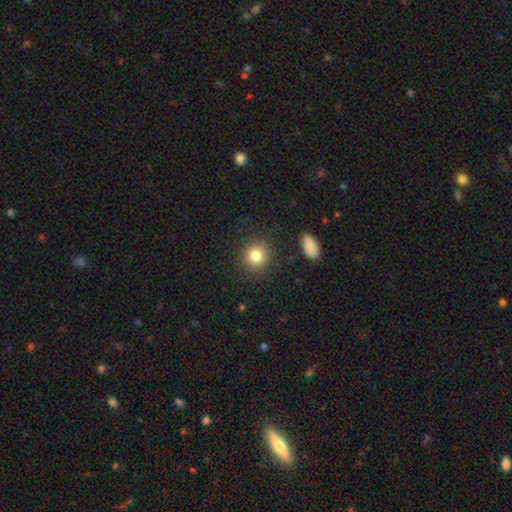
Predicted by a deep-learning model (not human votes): Smooth or featured? smooth (83%)
How rounded? round (84%)
Merging? none (87%)